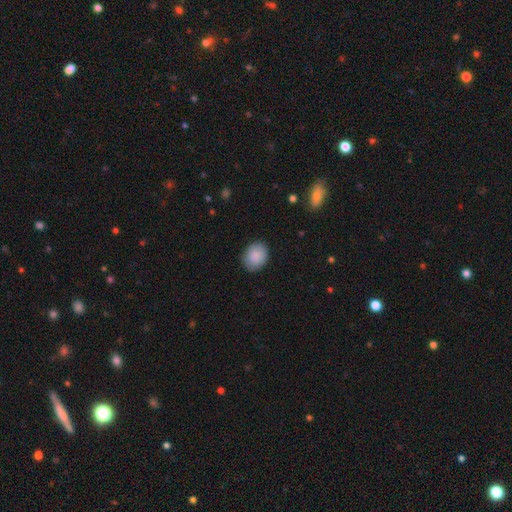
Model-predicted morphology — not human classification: smooth_or_featured: smooth (p=0.88) [alt: star or artifact p=0.07]
how_rounded: round (p=0.53) [alt: in between p=0.46]
merging: none (p=0.85) [alt: minor disturbance p=0.12]